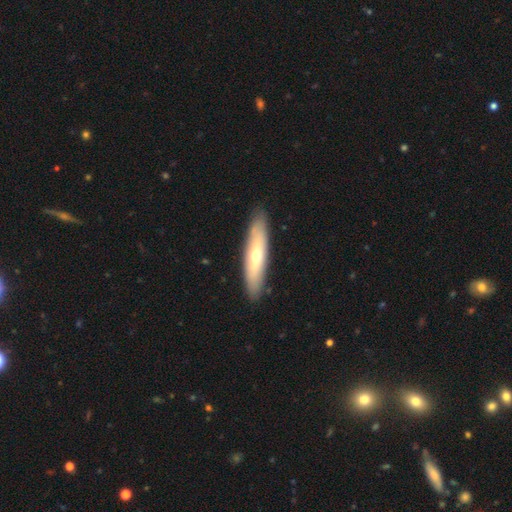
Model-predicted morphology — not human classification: Overall: smooth (51%; featured or disk 44%). How rounded: cigar-shaped (74%). Merging: none (89%).